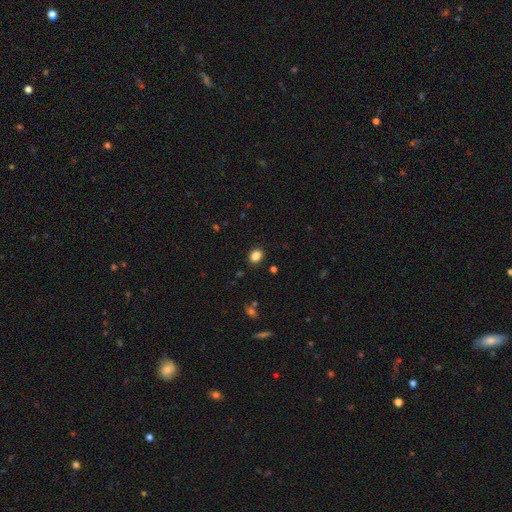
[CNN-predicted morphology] Smooth or featured? smooth (86%)
How rounded? in between (57%)
Merging? none (89%)